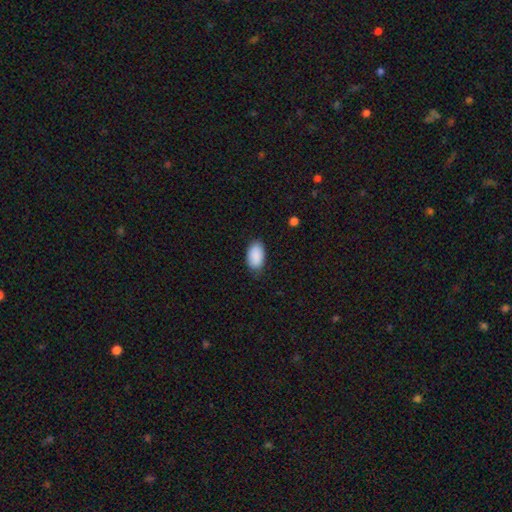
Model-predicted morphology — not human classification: smooth_or_featured: smooth (p=0.90) [alt: star or artifact p=0.06]
how_rounded: in between (p=0.94) [alt: round p=0.05]
merging: none (p=0.81) [alt: minor disturbance p=0.15]